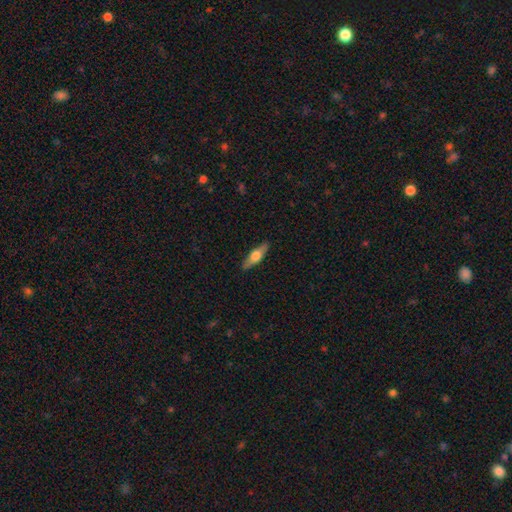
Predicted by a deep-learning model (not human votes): featured or disk 50%, smooth 44%, star or artifact 6%. Down the decision tree: edge-on disk — yes (92%); merging — none (88%).